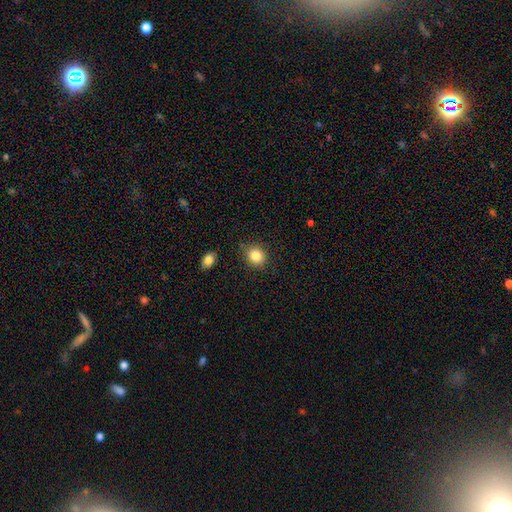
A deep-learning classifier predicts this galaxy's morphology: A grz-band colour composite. It shows a smooth galaxy with no disk features (84%) that is round (71%). Merging: none (84%).